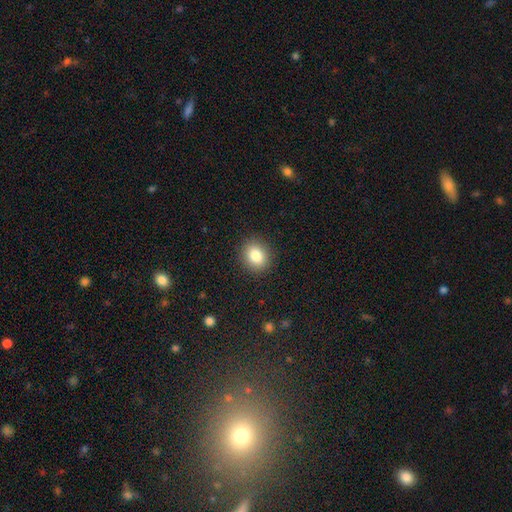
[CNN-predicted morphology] type=smooth (83%); roundness=round (65%); merging=none (90%).